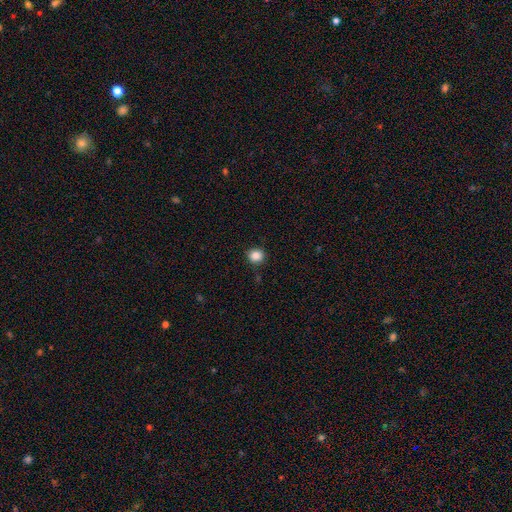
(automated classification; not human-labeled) A smooth galaxy with no disk features (87%) that is round (85%). Merging: none (85%).